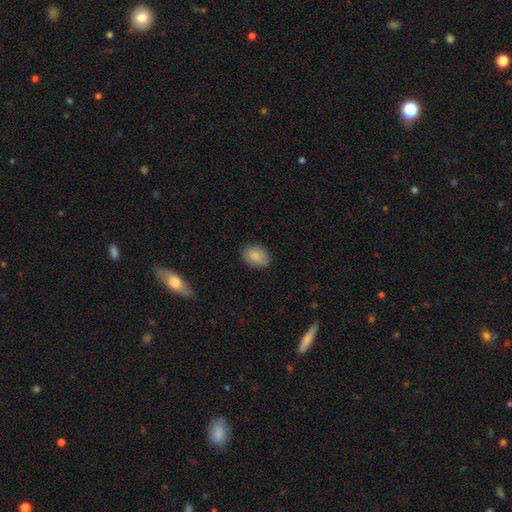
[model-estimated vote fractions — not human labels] Overall: smooth (88%). How rounded: in between (71%). Merging: none (86%).